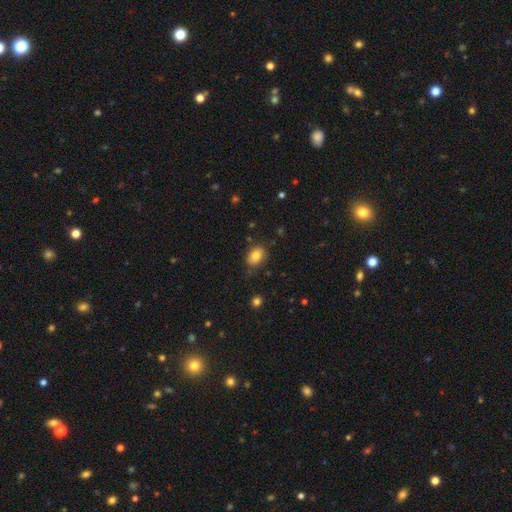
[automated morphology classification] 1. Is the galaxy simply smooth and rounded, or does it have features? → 82% smooth, 10% star or artifact, 8% featured or disk.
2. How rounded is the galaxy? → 70% in between, 29% round, 1% cigar-shaped.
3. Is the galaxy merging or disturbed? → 76% none, 18% minor disturbance, 4% major disturbance, 2% merger.